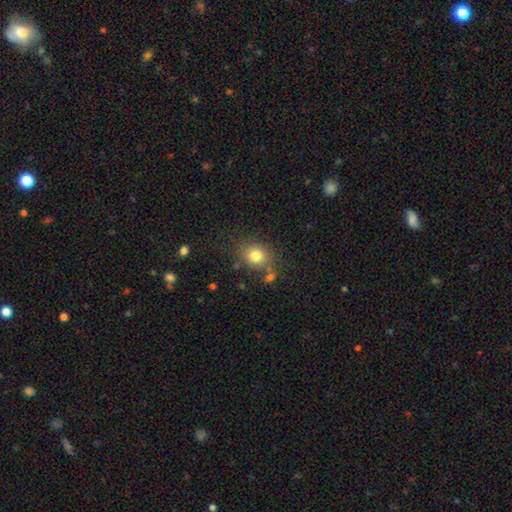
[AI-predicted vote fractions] Smooth or featured? Predicted: smooth (p=0.79). How rounded? Predicted: round (p=0.71). Merging? Predicted: none (p=0.74).